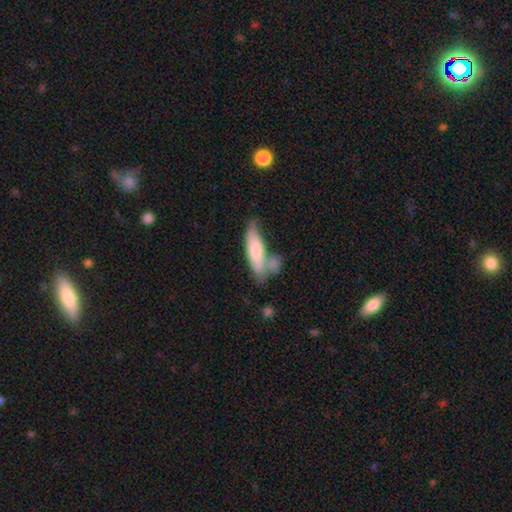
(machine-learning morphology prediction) smooth 72%, featured or disk 22%, star or artifact 6%. Down the decision tree: how rounded — cigar-shaped (50%); merging — none (38%).